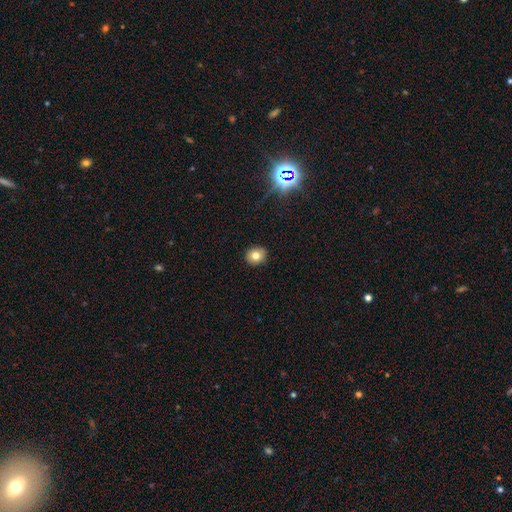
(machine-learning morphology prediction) type=smooth (77%); roundness=round (78%); merging=none (90%).